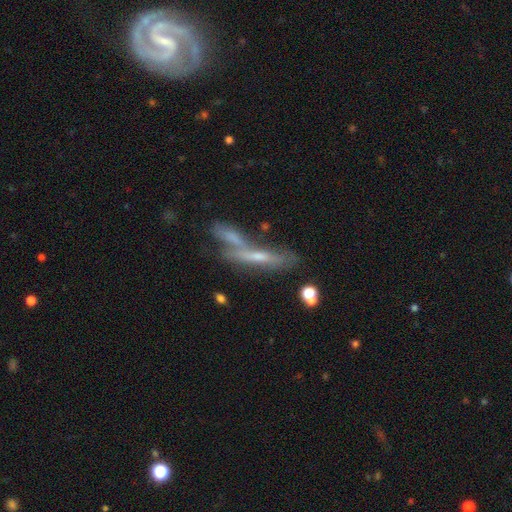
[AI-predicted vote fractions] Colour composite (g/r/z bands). It shows a featured or disk galaxy (54%) viewed edge-on (74%). Merging: none (40%).